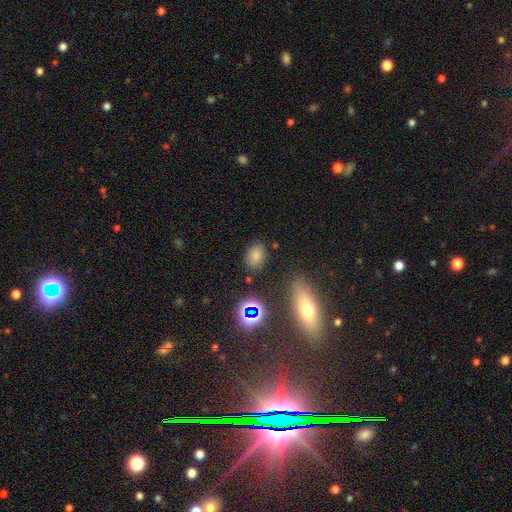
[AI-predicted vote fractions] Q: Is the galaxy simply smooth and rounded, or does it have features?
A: smooth — 74%.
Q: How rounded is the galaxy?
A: in between — 77%.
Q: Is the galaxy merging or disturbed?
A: none — 80%.